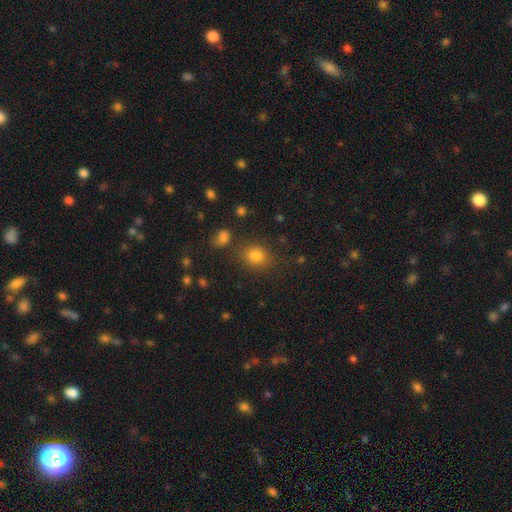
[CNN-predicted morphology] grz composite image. It shows a smooth galaxy with no disk features (75%) that is round (65%). Merging: none (81%).